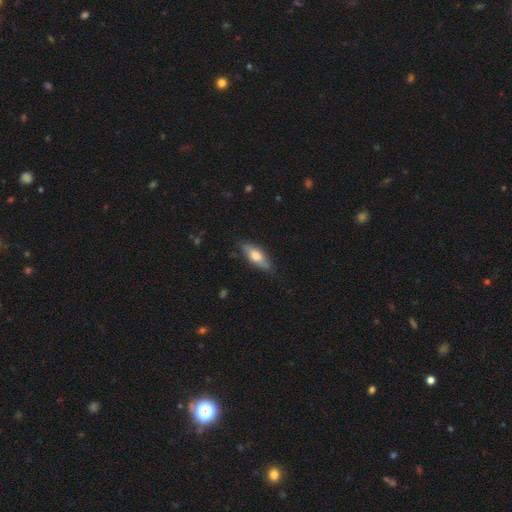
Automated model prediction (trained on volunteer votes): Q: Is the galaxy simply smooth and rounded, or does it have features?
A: smooth — 56%.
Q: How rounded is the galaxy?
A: in between — 57%.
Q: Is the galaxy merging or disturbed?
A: none — 80%.